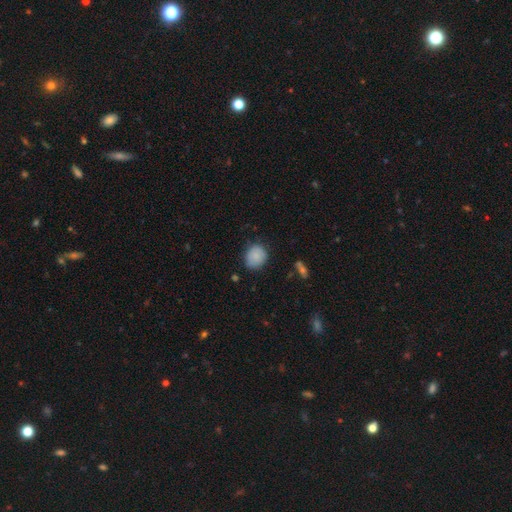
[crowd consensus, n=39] Volunteers were most divided on "how rounded": round: 74%, in between: 26%, cigar-shaped: 0%. More confident: smooth or featured — smooth (87%); merging — none (74%).